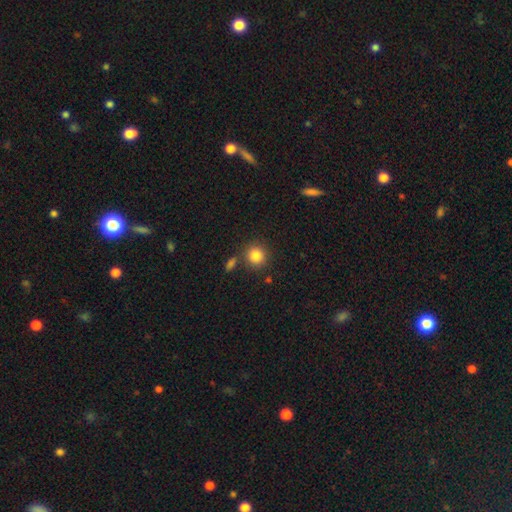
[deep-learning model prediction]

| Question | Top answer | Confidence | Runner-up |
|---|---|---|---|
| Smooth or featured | smooth | 85% | star or artifact (10%) |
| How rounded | round | 89% | in between (10%) |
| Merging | none | 79% | merger (9%) |